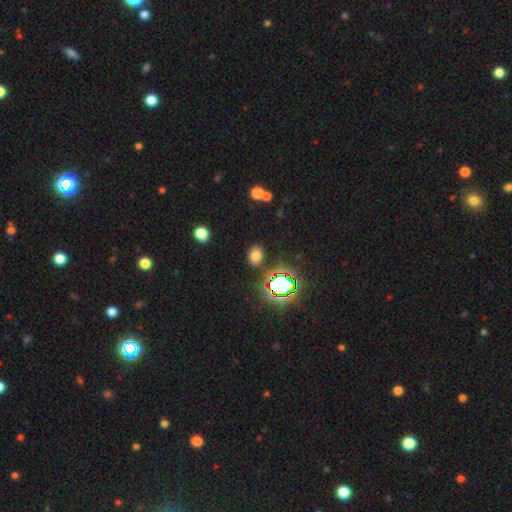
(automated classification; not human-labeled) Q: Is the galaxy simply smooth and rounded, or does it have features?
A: smooth — 68%.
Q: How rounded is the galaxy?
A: in between — 64%.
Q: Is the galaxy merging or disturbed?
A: none — 82%.